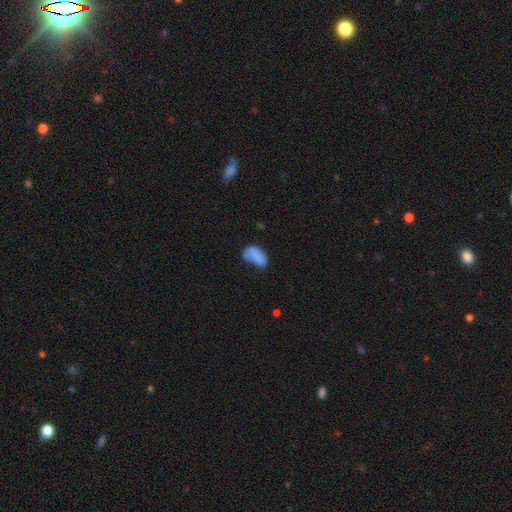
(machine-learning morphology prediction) smooth_or_featured: smooth (p=0.77) [alt: featured or disk p=0.14]
how_rounded: in between (p=0.91) [alt: round p=0.05]
merging: none (p=0.38) [alt: minor disturbance p=0.30]